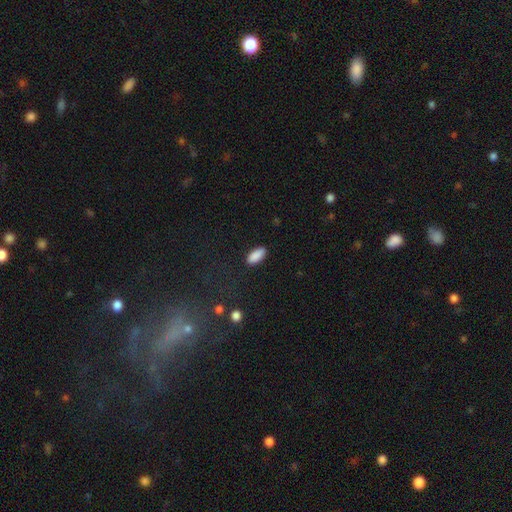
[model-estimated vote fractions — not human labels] Morphology: type=smooth (89%); roundness=in between (87%); merging=none (87%).